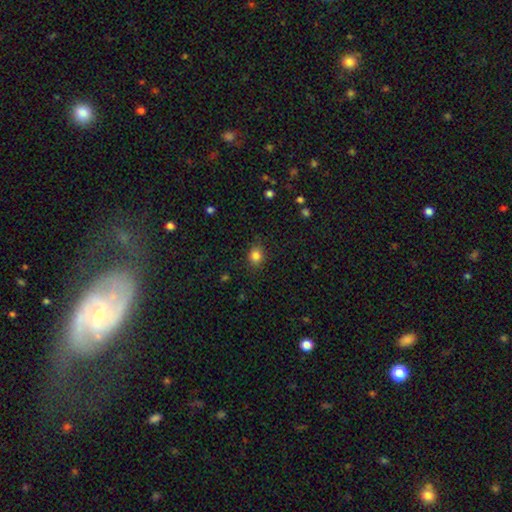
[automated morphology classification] smooth 83%, star or artifact 12%, featured or disk 5%. Down the decision tree: how rounded — round (67%); merging — none (84%).